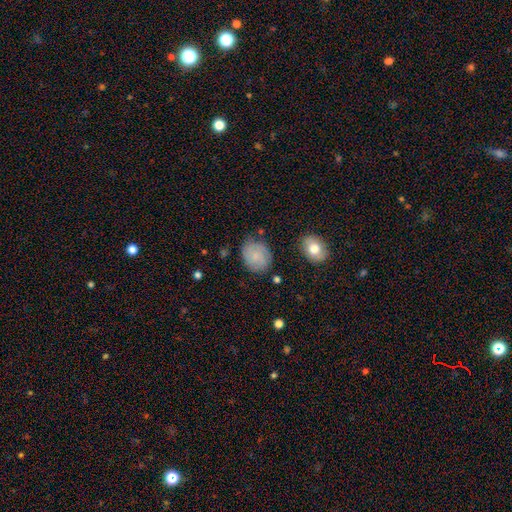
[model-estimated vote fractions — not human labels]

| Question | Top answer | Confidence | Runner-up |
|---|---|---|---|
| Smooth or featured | smooth | 73% | featured or disk (19%) |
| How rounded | round | 59% | in between (40%) |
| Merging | none | 74% | minor disturbance (19%) |